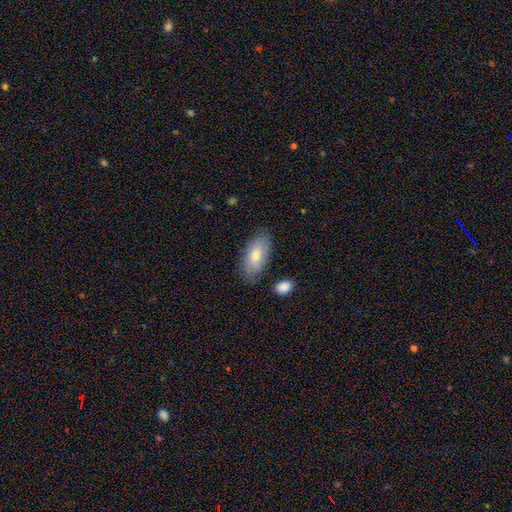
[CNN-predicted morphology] Overall: smooth (73%). How rounded: in between (93%). Merging: none (75%).